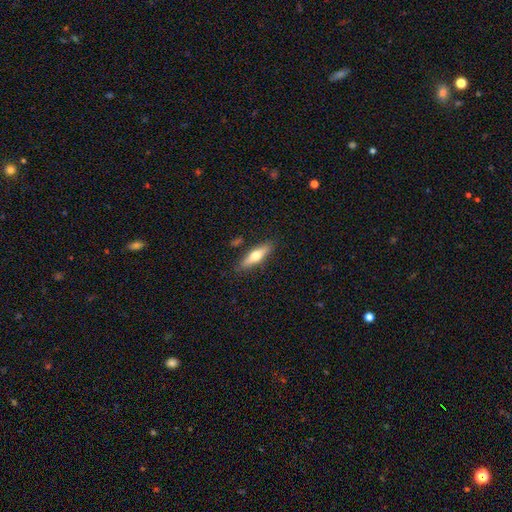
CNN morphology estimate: Smooth or featured? Predicted: smooth (p=0.57). How rounded? Predicted: cigar-shaped (p=0.63). Merging? Predicted: none (p=0.85).